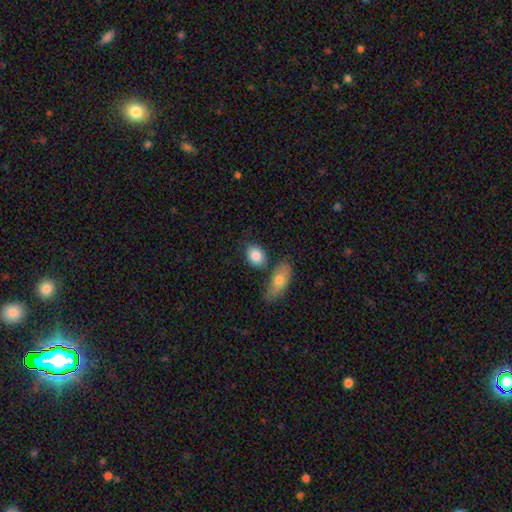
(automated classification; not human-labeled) Q: Smooth or featured?
A: smooth (84%); runner-up: featured or disk (9%)
Q: How rounded?
A: in between (66%); runner-up: round (32%)
Q: Merging?
A: none (64%); runner-up: merger (17%)